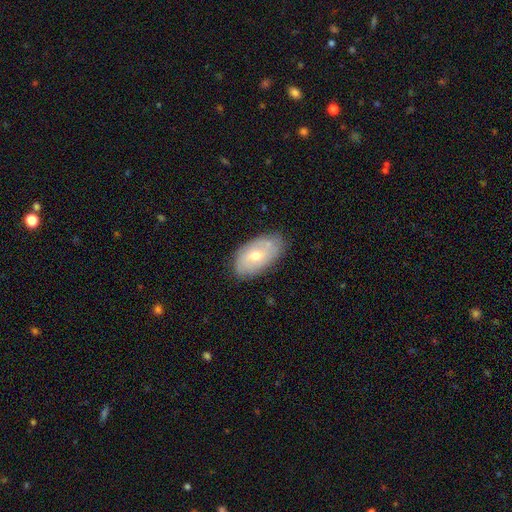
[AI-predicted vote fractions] A smooth galaxy with no disk features (48%). Merging: none (75%).